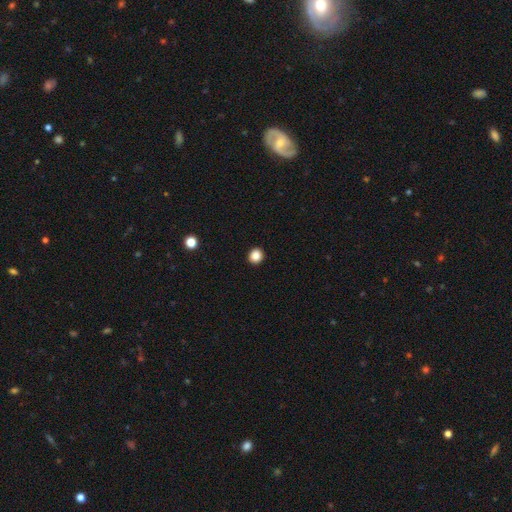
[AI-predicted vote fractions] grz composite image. It shows a smooth galaxy with no disk features (86%) that is round (84%). Merging: none (93%).